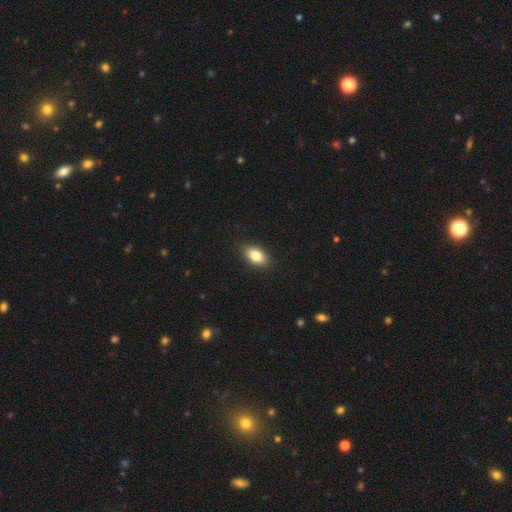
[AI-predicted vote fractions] This is clearly a smooth galaxy (83%). How rounded: clearly in between (89%). Merging: clearly none (89%).